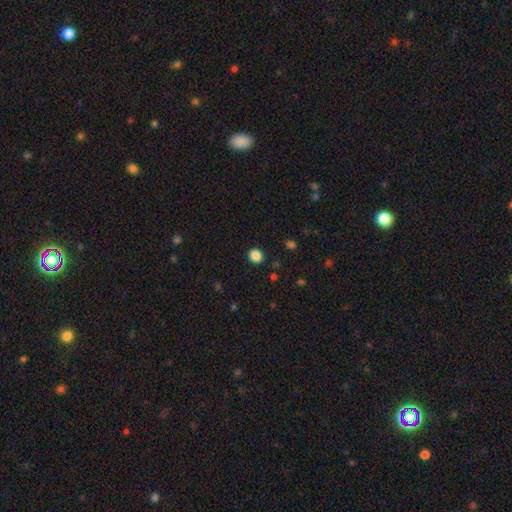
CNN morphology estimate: smooth_or_featured: smooth (p=0.87) [alt: star or artifact p=0.10]
how_rounded: round (p=0.78) [alt: in between p=0.21]
merging: none (p=0.91) [alt: minor disturbance p=0.06]